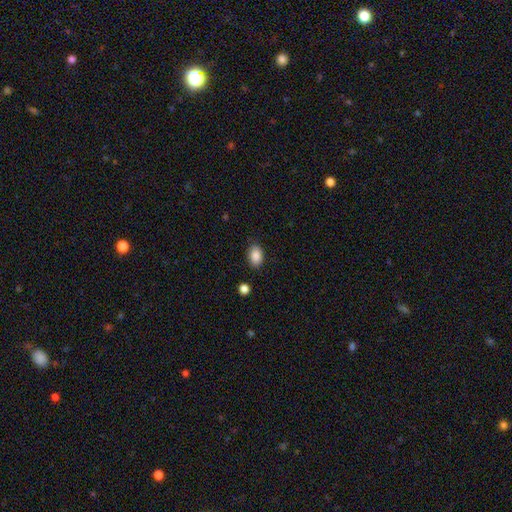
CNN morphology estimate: smooth 88%, star or artifact 8%, featured or disk 4%. Down the decision tree: how rounded — in between (82%); merging — none (85%).